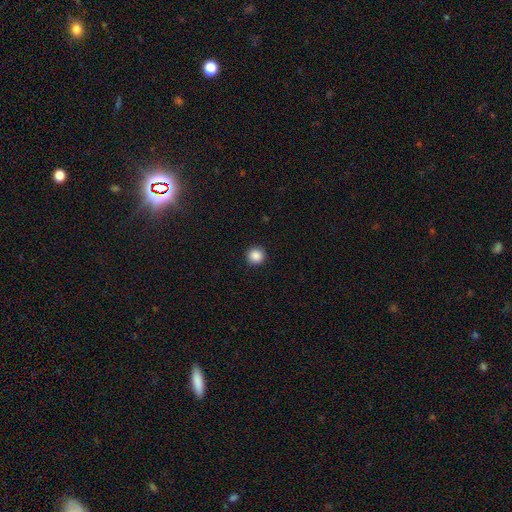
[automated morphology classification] Q: Smooth or featured?
A: smooth (88%); runner-up: star or artifact (10%)
Q: How rounded?
A: round (95%); runner-up: in between (4%)
Q: Merging?
A: none (93%); runner-up: minor disturbance (4%)